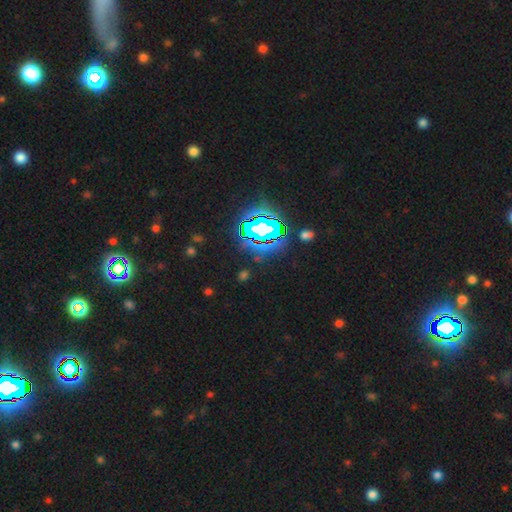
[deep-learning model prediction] smooth-or-featured: star or artifact: 82% | smooth: 11% | featured or disk: 7%